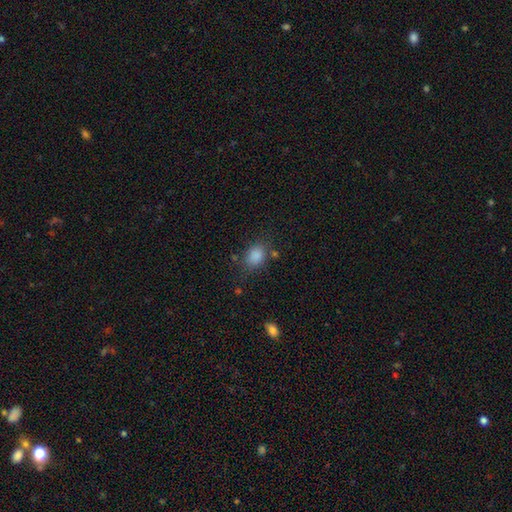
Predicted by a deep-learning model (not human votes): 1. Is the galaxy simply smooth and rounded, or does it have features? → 85% smooth, 10% star or artifact, 5% featured or disk.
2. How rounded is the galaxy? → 63% in between, 36% round, 1% cigar-shaped.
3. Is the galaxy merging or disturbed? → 71% none, 18% minor disturbance, 7% major disturbance, 5% merger.